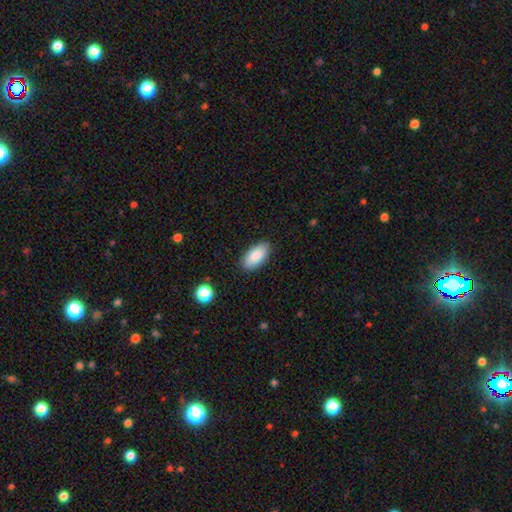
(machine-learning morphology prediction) Smooth or featured? Predicted: smooth (p=0.87). How rounded? Predicted: in between (p=0.93). Merging? Predicted: none (p=0.88).